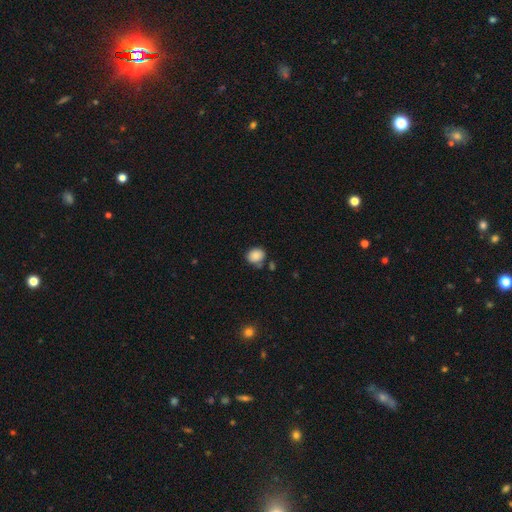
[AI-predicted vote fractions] Smooth or featured?
  - smooth: 87% *
  - star or artifact: 9%
  - featured or disk: 4%
How rounded?
  - round: 59% *
  - in between: 40%
  - cigar-shaped: 1%
Merging?
  - none: 71% *
  - minor disturbance: 16%
  - merger: 8%
  - major disturbance: 4%